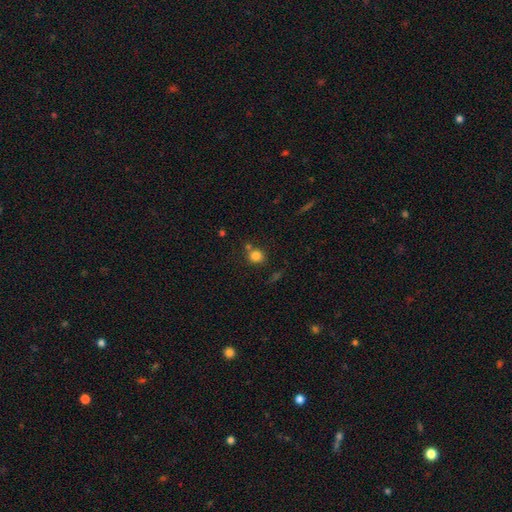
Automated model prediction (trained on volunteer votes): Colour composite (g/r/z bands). It shows a smooth galaxy with no disk features (81%) that is round (84%). Merging: none (68%).